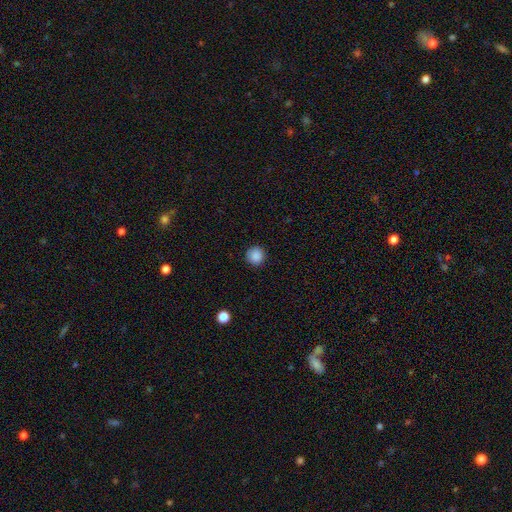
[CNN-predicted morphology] The model was most divided on "smooth or featured": smooth: 88%, star or artifact: 10%, featured or disk: 3%. More confident: how rounded — round (94%); merging — none (90%).